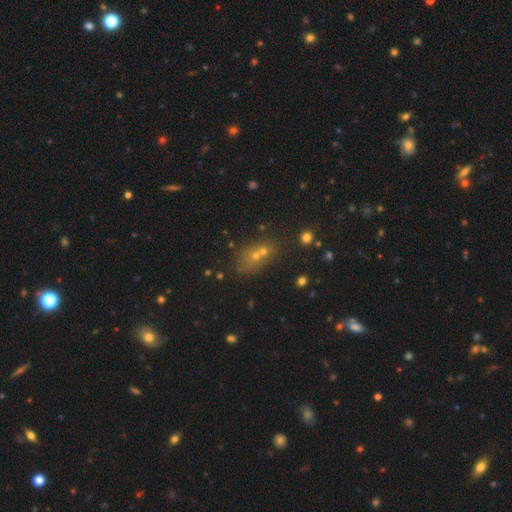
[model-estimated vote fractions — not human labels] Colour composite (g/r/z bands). It shows a smooth galaxy with no disk features (51%) that is round (49%). Merging: none (43%).